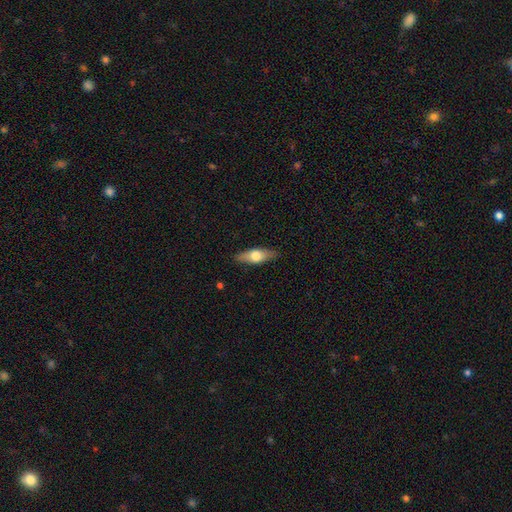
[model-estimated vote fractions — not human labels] The model was most divided on "smooth or featured": smooth: 54%, featured or disk: 40%, star or artifact: 6%. More confident: merging — none (87%); how rounded — in between (58%).